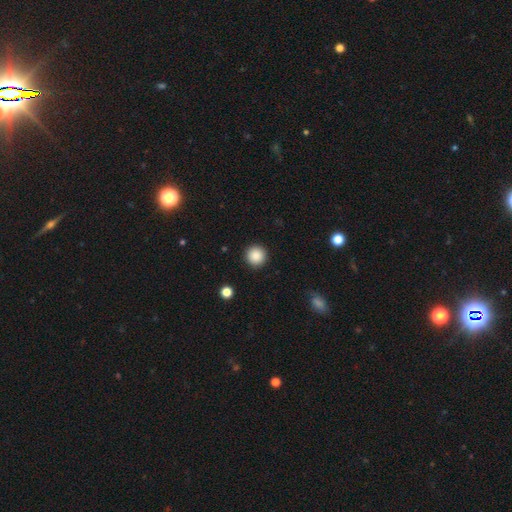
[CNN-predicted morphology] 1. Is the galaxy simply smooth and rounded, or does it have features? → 88% smooth, 9% star or artifact, 3% featured or disk.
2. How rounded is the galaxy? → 95% round, 4% in between, 1% cigar-shaped.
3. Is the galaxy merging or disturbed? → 92% none, 5% minor disturbance, 2% major disturbance, 1% merger.